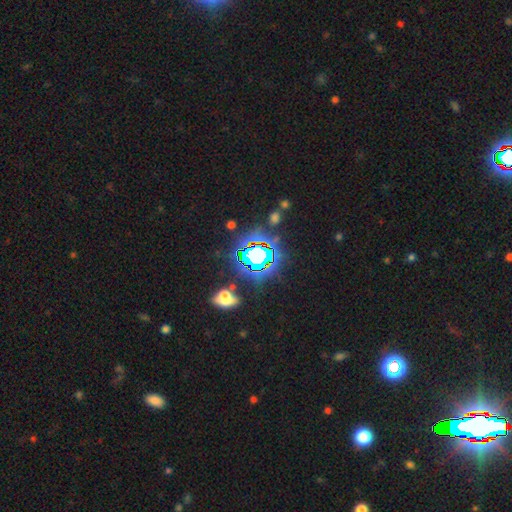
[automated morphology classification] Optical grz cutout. It shows a star or artifact, not a galaxy (72%).